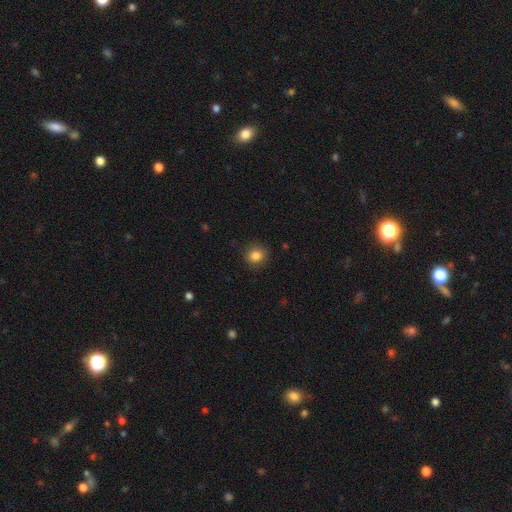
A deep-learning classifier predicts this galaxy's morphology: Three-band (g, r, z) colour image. It shows a smooth galaxy with no disk features (85%) that is round (81%). Merging: none (87%).